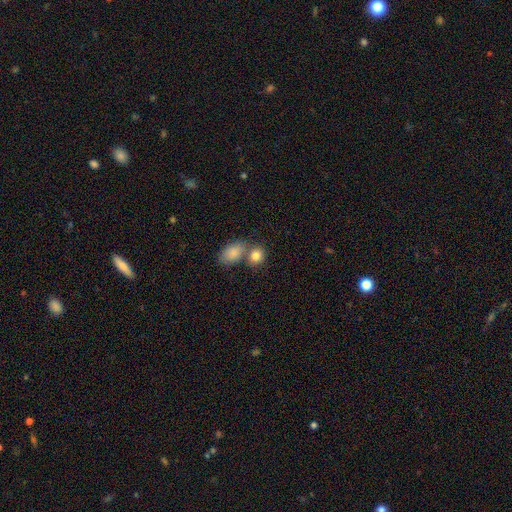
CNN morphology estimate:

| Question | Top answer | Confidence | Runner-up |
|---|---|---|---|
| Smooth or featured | smooth | 84% | star or artifact (8%) |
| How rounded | round | 58% | in between (40%) |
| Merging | none | 49% | merger (39%) |